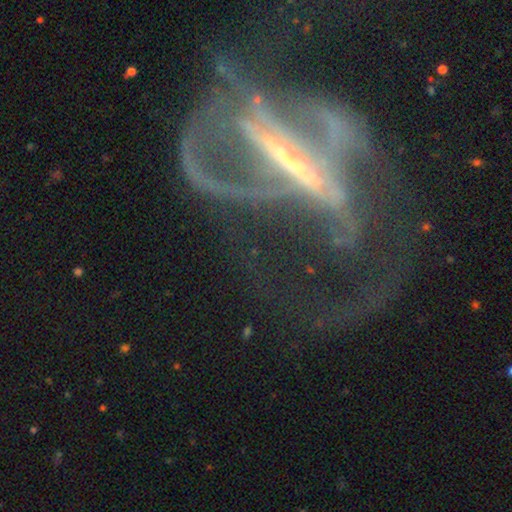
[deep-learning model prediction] Smooth or featured: featured or disk — 80% (star or artifact — 12%)
Edge-on disk: no — 77% (yes — 23%)
Bar: strong — 60% (no — 20%)
Spiral arms: yes — 64% (no — 36%)
Bulge size: small — 45% (moderate — 31%)
Merging: major disturbance — 48% (none — 22%)